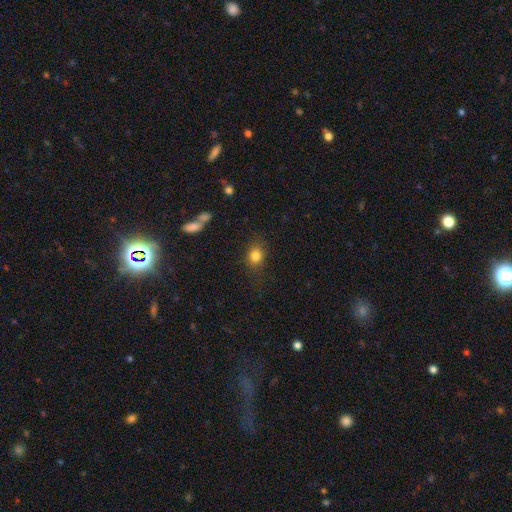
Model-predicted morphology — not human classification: Smooth or featured?
  - smooth: 82% *
  - star or artifact: 11%
  - featured or disk: 7%
How rounded?
  - round: 59% *
  - in between: 40%
  - cigar-shaped: 2%
Merging?
  - none: 80% *
  - minor disturbance: 12%
  - major disturbance: 5%
  - merger: 3%